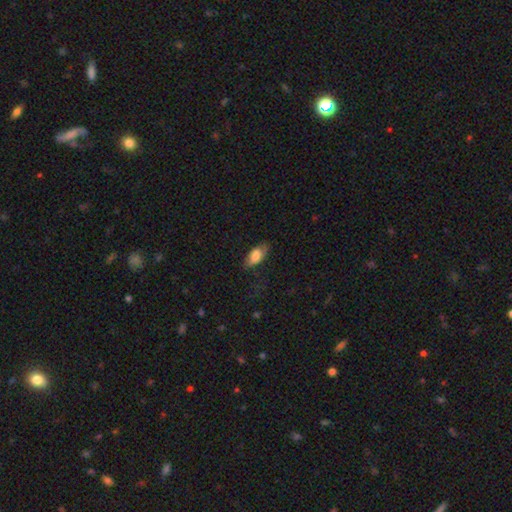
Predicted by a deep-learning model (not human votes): A smooth galaxy with no disk features (78%) that is in between round and cigar-shaped (86%).

Vote fractions:
- Smooth or featured? smooth: 78% / featured or disk: 15% / star or artifact: 7%
- How rounded? in between: 86% / cigar-shaped: 11% / round: 3%
- Merging? none: 71% / minor disturbance: 20% / major disturbance: 7% / merger: 1%